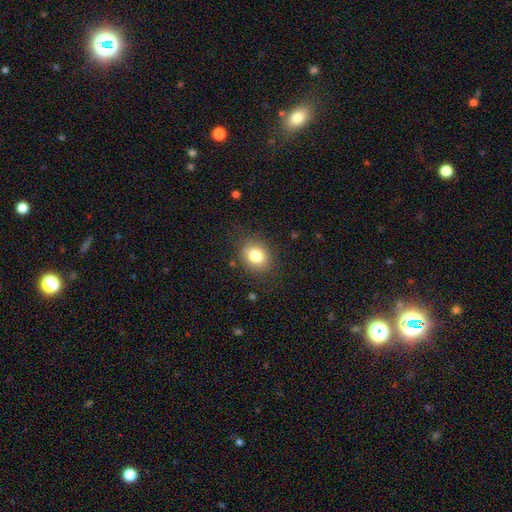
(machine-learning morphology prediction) Smooth or featured? smooth (80%)
How rounded? round (54%)
Merging? none (82%)